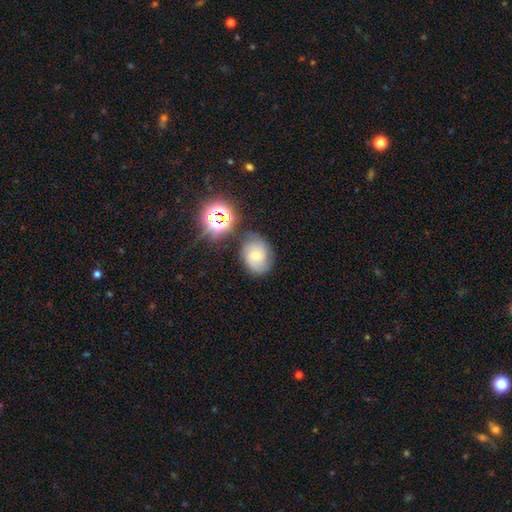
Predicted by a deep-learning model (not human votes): Smooth or featured? featured or disk (45%)
Merging? none (74%)